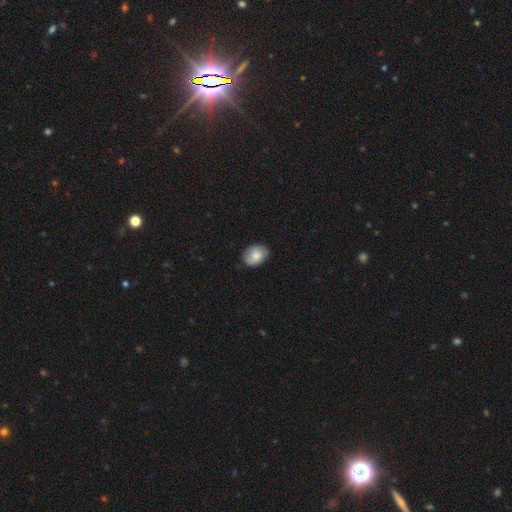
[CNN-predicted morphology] A smooth galaxy with no disk features (82%) that is in between round and cigar-shaped (67%).

Vote fractions:
- Smooth or featured? smooth: 82% / featured or disk: 11% / star or artifact: 7%
- How rounded? in between: 67% / round: 32% / cigar-shaped: 1%
- Merging? none: 81% / minor disturbance: 15% / major disturbance: 2% / merger: 1%